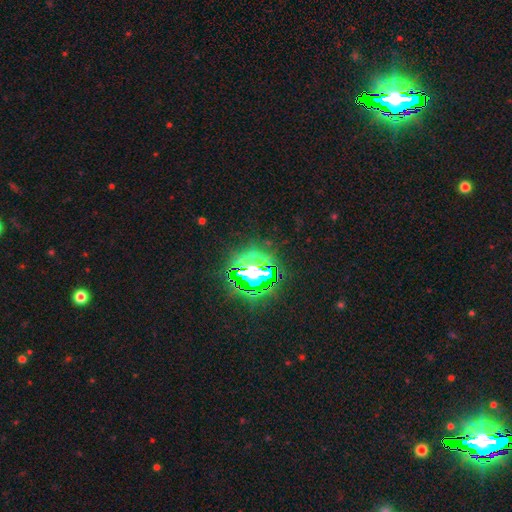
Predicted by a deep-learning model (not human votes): Morphology: type=star or artifact (84%).